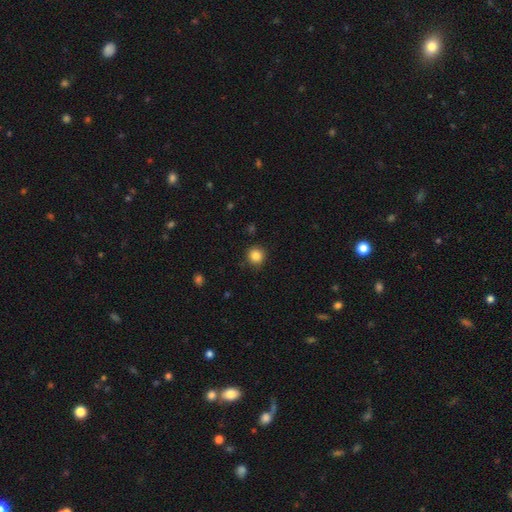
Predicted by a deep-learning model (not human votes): Smooth or featured? Predicted: smooth (p=0.85). How rounded? Predicted: round (p=0.93). Merging? Predicted: none (p=0.89).